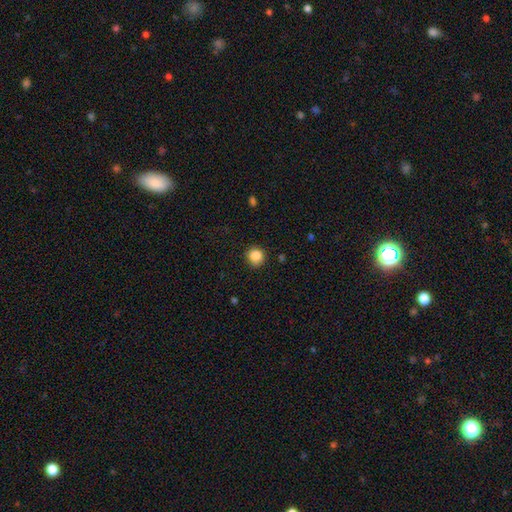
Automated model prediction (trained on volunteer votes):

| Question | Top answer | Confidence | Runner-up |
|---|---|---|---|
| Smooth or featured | smooth | 86% | star or artifact (10%) |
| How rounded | round | 86% | in between (13%) |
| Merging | none | 77% | minor disturbance (17%) |